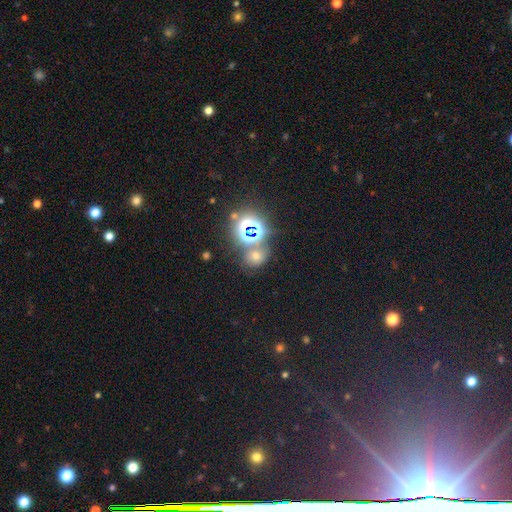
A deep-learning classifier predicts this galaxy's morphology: smooth_or_featured: star or artifact (p=0.51) [alt: smooth p=0.38]